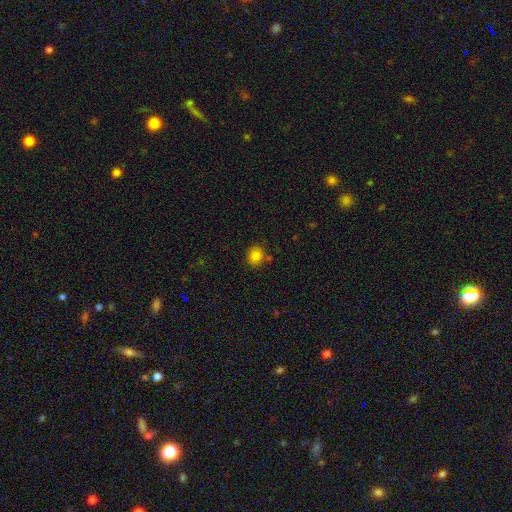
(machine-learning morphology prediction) Smooth or featured: smooth — 84% (star or artifact — 11%)
How rounded: round — 68% (in between — 31%)
Merging: none — 80% (minor disturbance — 11%)